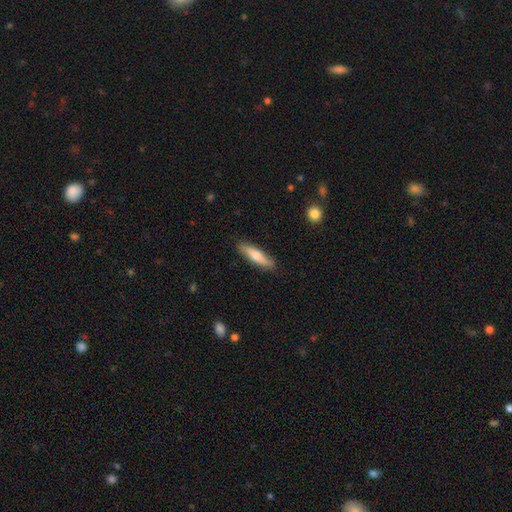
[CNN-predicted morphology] Smooth or featured?
  - smooth: 62% *
  - featured or disk: 32%
  - star or artifact: 5%
How rounded?
  - cigar-shaped: 76% *
  - in between: 23%
  - round: 2%
Merging?
  - none: 87% *
  - minor disturbance: 10%
  - major disturbance: 2%
  - merger: 1%